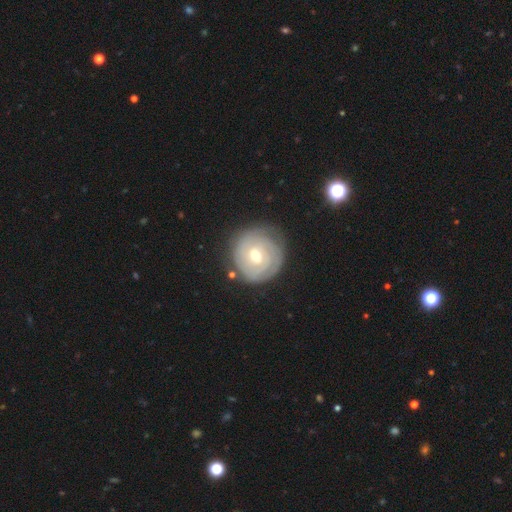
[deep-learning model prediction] Smooth or featured: featured or disk — 68% (smooth — 26%)
Edge-on disk: no — 97% (yes — 3%)
Bar: no — 55% (weak — 37%)
Spiral arms: yes — 82% (no — 18%)
Spiral winding: tight — 84% (medium — 12%)
Spiral arm count: can't tell — 48% (2 — 23%)
Bulge size: moderate — 64% (small — 31%)
Merging: none — 78% (minor disturbance — 15%)